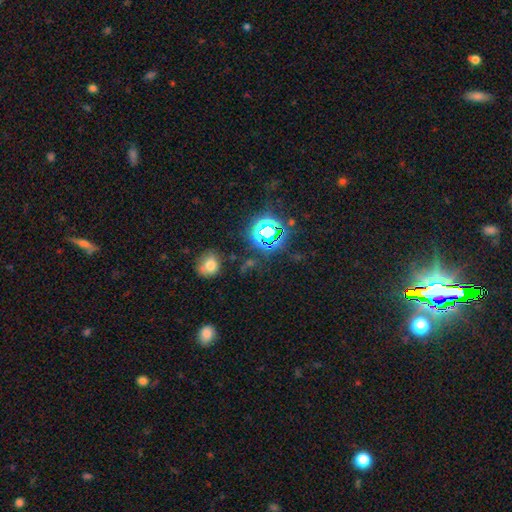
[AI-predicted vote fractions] Overall: star or artifact (66%; smooth 27%).